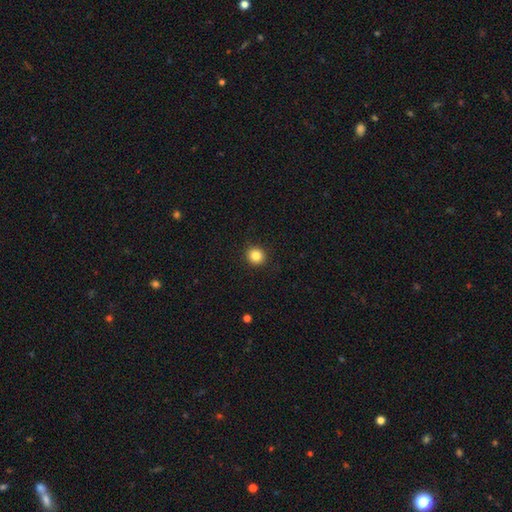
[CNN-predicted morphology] This appears to be a smooth galaxy with no disk features (84%) that is round (90%). Merging: none (92%).